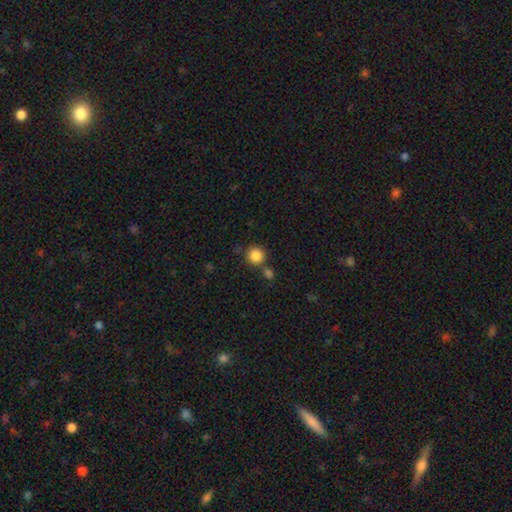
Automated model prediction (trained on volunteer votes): smooth-or-featured: smooth: 86% | star or artifact: 10% | featured or disk: 4%
  how-rounded: round: 92% | in between: 7% | cigar-shaped: 1%
  merging: none: 69% | merger: 18% | minor disturbance: 9% | major disturbance: 3%